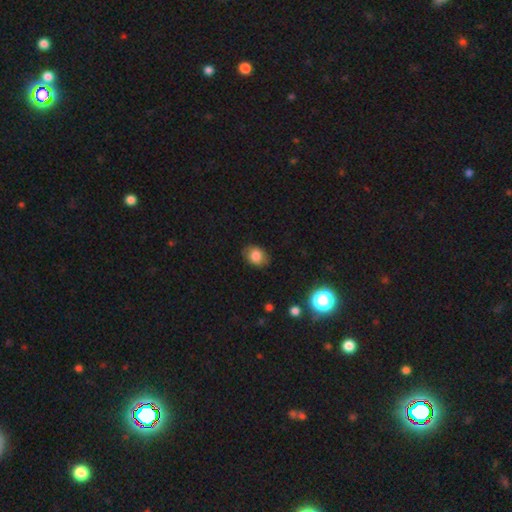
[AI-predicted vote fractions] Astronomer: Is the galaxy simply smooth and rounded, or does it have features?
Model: smooth — 81%.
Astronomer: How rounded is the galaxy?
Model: in between — 56% (runner-up: round, 43%).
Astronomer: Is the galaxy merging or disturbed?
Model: none — 80%.